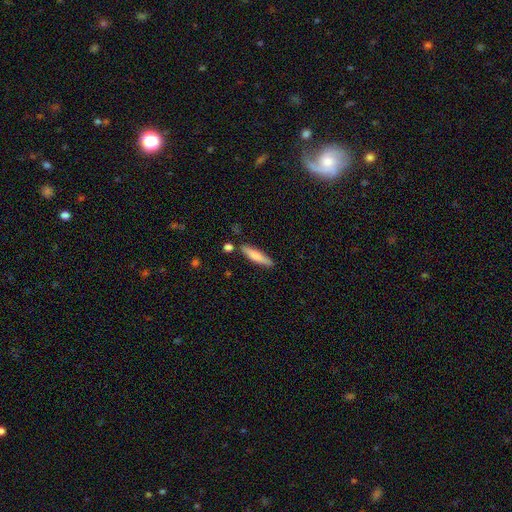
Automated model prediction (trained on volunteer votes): Q: Smooth or featured?
A: smooth (74%); runner-up: featured or disk (21%)
Q: How rounded?
A: cigar-shaped (79%); runner-up: in between (19%)
Q: Merging?
A: none (81%); runner-up: minor disturbance (11%)